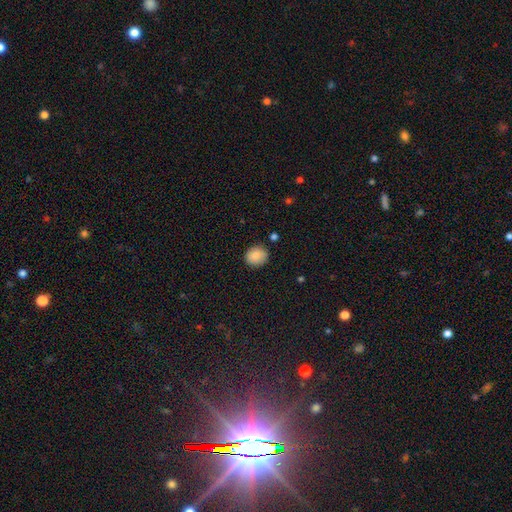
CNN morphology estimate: type=smooth (87%); roundness=round (78%); merging=none (85%).